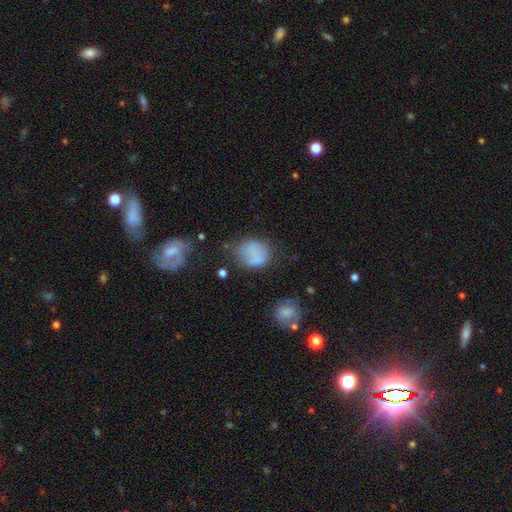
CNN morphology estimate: smooth-or-featured: smooth: 70% | featured or disk: 18% | star or artifact: 13%
  how-rounded: round: 52% | in between: 46% | cigar-shaped: 1%
  merging: none: 49% | minor disturbance: 26% | major disturbance: 15% | merger: 9%